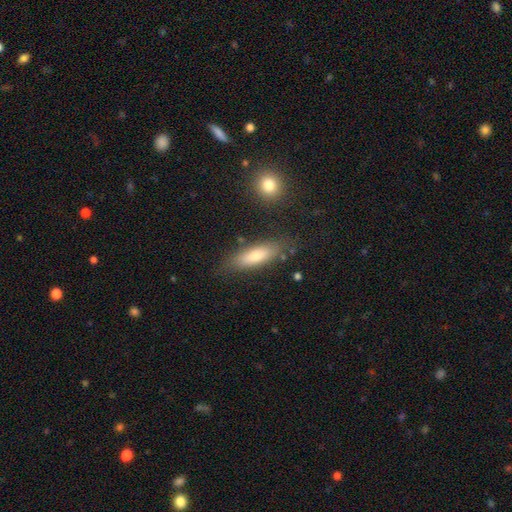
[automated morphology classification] Smooth or featured? Predicted: smooth (p=0.65). How rounded? Predicted: cigar-shaped (p=0.57). Merging? Predicted: none (p=0.80).